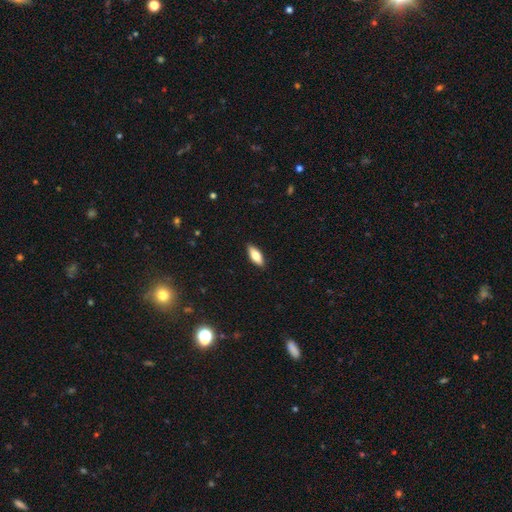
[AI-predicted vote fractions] This appears to be a smooth galaxy with no disk features (74%) that is in between round and cigar-shaped (72%). Merging: none (89%).